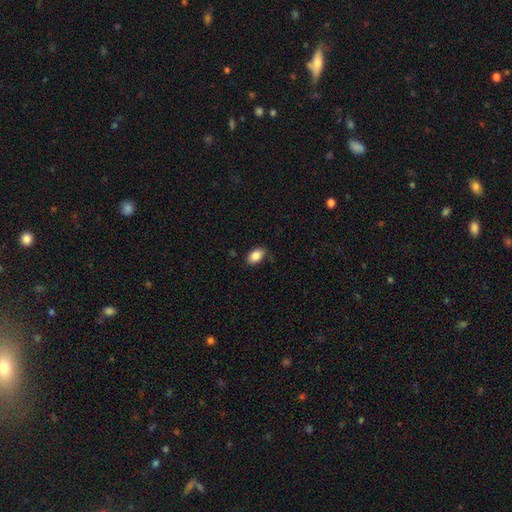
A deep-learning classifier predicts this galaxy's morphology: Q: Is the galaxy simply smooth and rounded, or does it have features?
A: smooth — 86%.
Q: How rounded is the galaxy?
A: in between — 87%.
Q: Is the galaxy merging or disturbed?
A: none — 79%.